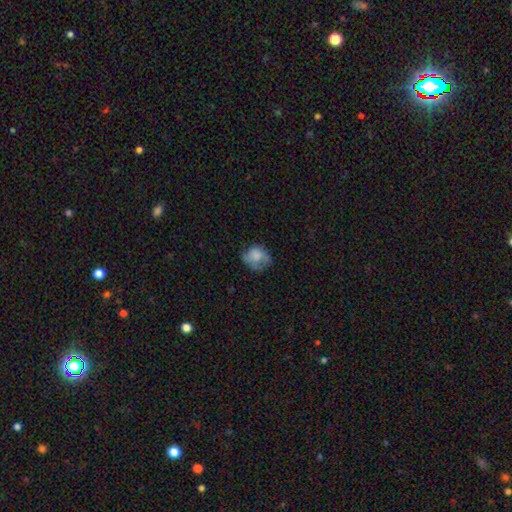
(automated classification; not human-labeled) Smooth or featured: smooth — 67% (featured or disk — 24%)
How rounded: round — 55% (in between — 44%)
Merging: none — 46% (minor disturbance — 31%)